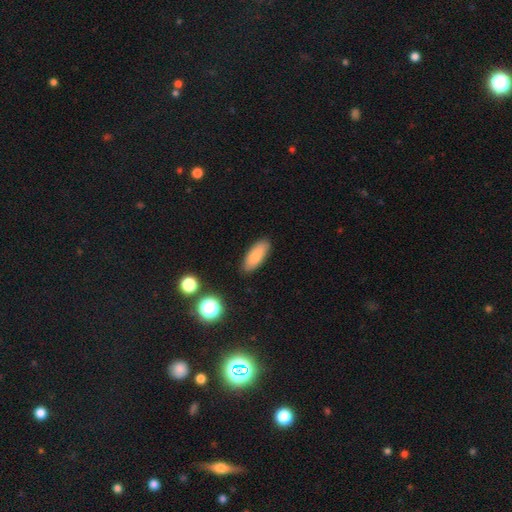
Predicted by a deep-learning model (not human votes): A smooth galaxy with no disk features (83%) that is in between round and cigar-shaped (77%).

Vote fractions:
- Smooth or featured? smooth: 83% / featured or disk: 10% / star or artifact: 8%
- How rounded? in between: 77% / cigar-shaped: 21% / round: 2%
- Merging? none: 87% / minor disturbance: 10% / major disturbance: 2% / merger: 1%